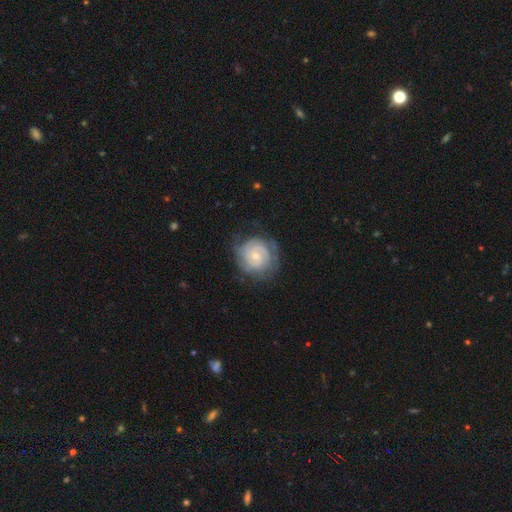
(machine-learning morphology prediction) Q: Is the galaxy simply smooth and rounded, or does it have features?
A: featured or disk — 82%.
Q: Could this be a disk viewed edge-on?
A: no — 98%.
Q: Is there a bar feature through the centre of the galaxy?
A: no — 57%.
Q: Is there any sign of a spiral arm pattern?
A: yes — 96%.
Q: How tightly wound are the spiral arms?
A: tight — 72%.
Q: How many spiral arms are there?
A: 2 — 50%.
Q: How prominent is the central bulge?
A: small — 62%.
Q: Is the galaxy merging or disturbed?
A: none — 74%.